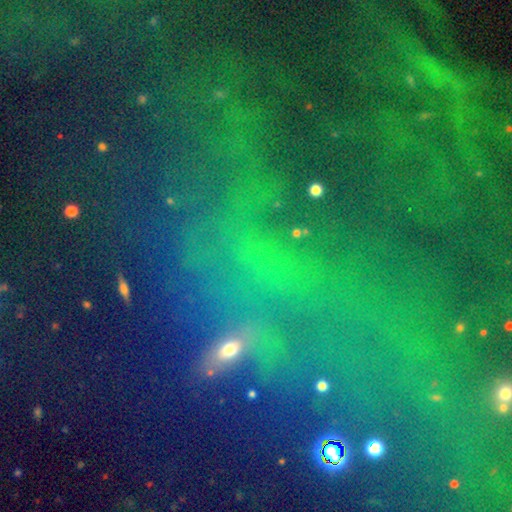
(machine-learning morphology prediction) type=star or artifact (64%).